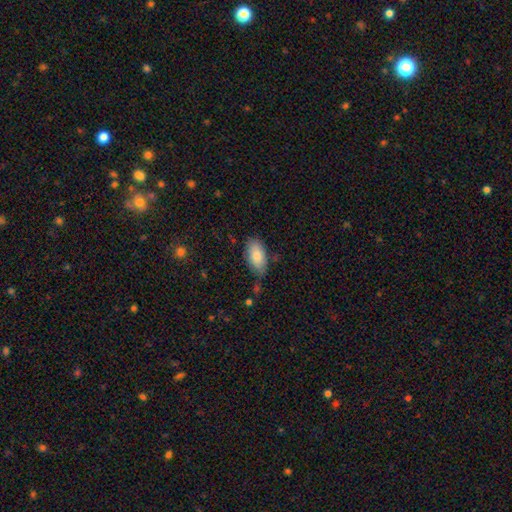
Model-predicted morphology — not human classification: smooth_or_featured: smooth (p=0.83) [alt: featured or disk p=0.10]
how_rounded: in between (p=0.93) [alt: cigar-shaped p=0.04]
merging: none (p=0.69) [alt: minor disturbance p=0.22]